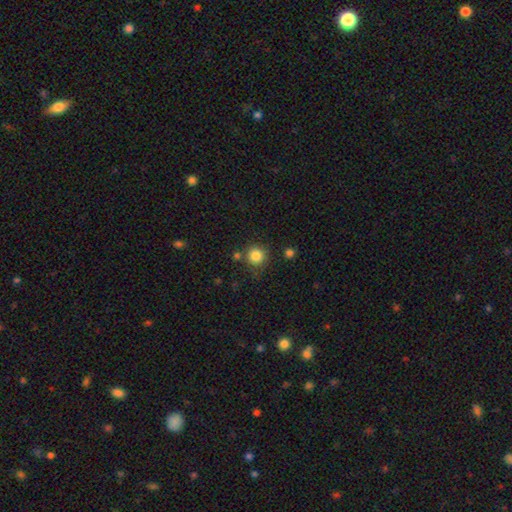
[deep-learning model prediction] Overall: smooth (84%). How rounded: round (93%). Merging: none (79%).